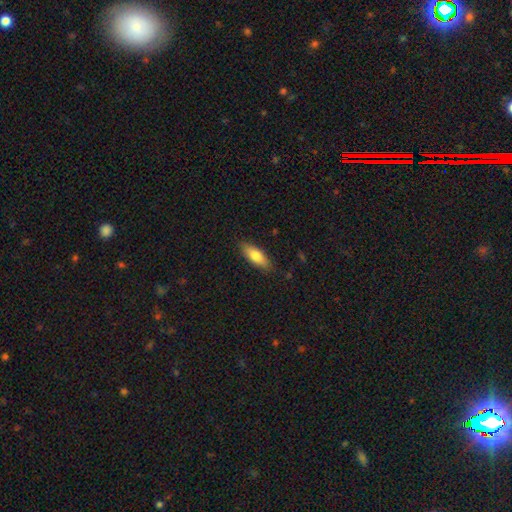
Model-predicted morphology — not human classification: A smooth galaxy with no disk features (76%) that is in between round and cigar-shaped (68%).

Vote fractions:
- Smooth or featured? smooth: 76% / featured or disk: 18% / star or artifact: 6%
- How rounded? in between: 68% / cigar-shaped: 30% / round: 2%
- Merging? none: 85% / minor disturbance: 11% / major disturbance: 2% / merger: 1%